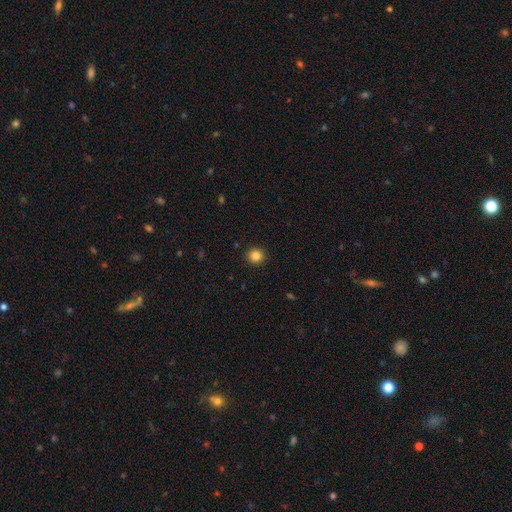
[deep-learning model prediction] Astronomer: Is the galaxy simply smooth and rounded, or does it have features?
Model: smooth — 84%.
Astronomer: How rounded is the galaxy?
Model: round — 91%.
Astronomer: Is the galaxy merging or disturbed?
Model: none — 92%.